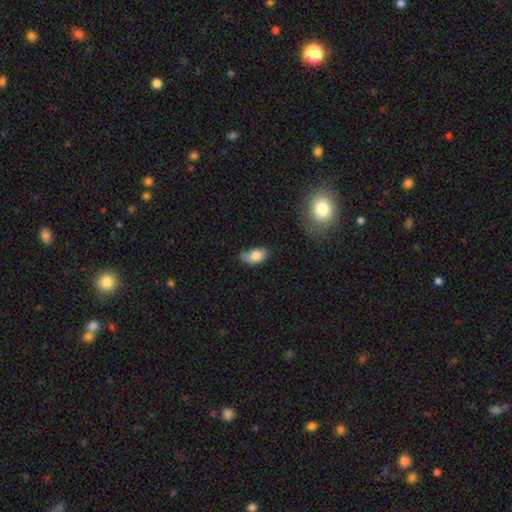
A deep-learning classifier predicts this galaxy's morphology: A smooth galaxy with no disk features (78%) that is in between round and cigar-shaped (91%). Merging: none (42%).